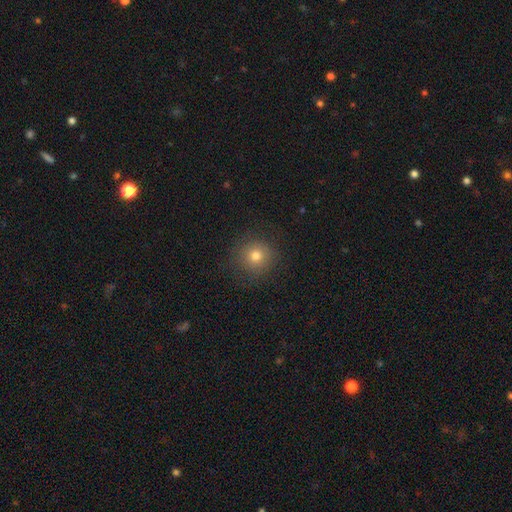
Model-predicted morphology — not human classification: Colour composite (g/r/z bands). It shows a smooth galaxy with no disk features (76%) that is round (93%). Merging: none (86%).